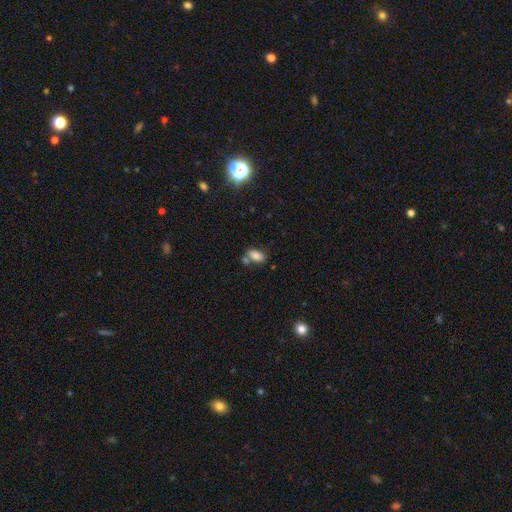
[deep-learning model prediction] A smooth galaxy with no disk features (80%) that is in between round and cigar-shaped (91%). Merging: none (54%).